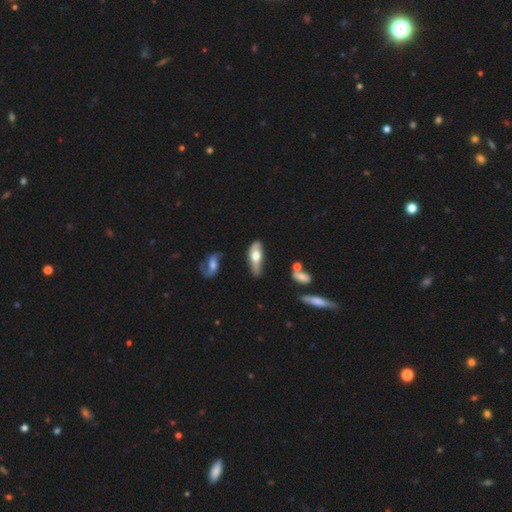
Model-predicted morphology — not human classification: This is possibly a smooth galaxy (52%). How rounded: likely in between (65%). Merging: possibly none (48%).